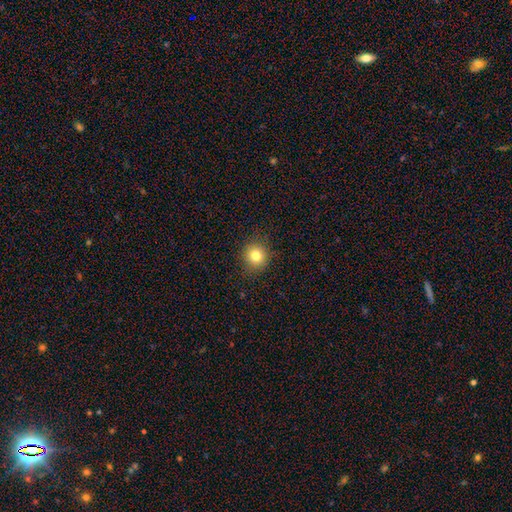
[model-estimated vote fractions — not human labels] Morphology: type=smooth (81%); roundness=round (91%); merging=none (90%).